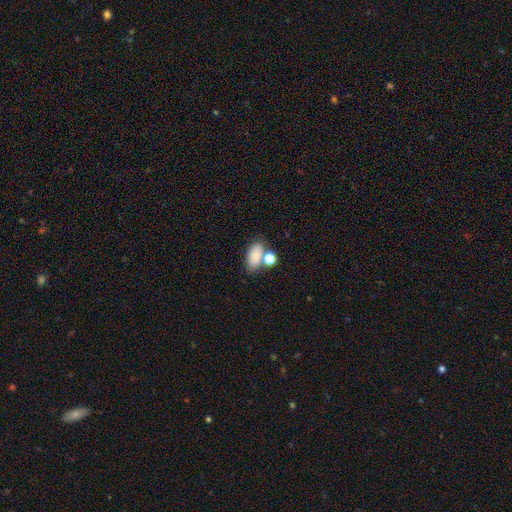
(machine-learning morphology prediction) Smooth or featured?
  - smooth: 82% *
  - star or artifact: 9%
  - featured or disk: 9%
How rounded?
  - in between: 89% *
  - round: 8%
  - cigar-shaped: 3%
Merging?
  - none: 57% *
  - merger: 25%
  - minor disturbance: 12%
  - major disturbance: 5%